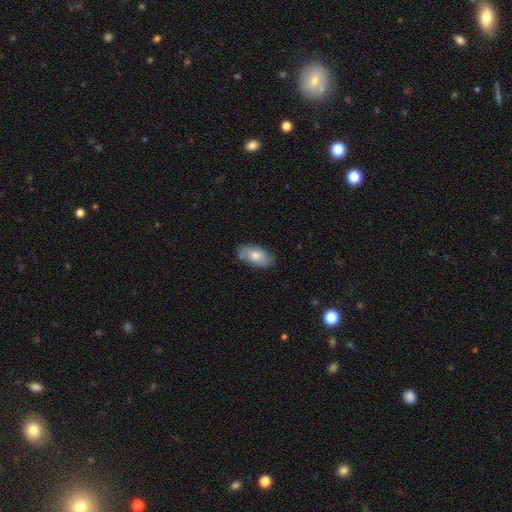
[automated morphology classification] Smooth or featured? smooth (70%)
How rounded? in between (92%)
Merging? none (78%)